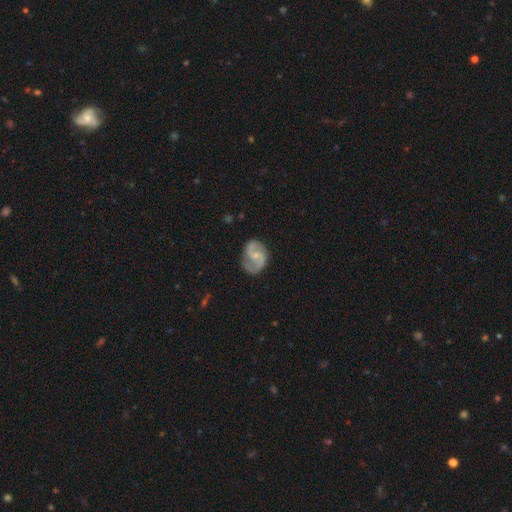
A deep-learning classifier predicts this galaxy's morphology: Smooth or featured: featured or disk — 81% (smooth — 14%)
Edge-on disk: no — 98% (yes — 2%)
Bar: weak — 46% (no — 44%)
Spiral arms: yes — 95% (no — 5%)
Spiral winding: medium — 53% (loose — 28%)
Spiral arm count: 2 — 89% (can't tell — 5%)
Bulge size: small — 60% (moderate — 30%)
Merging: none — 74% (minor disturbance — 18%)